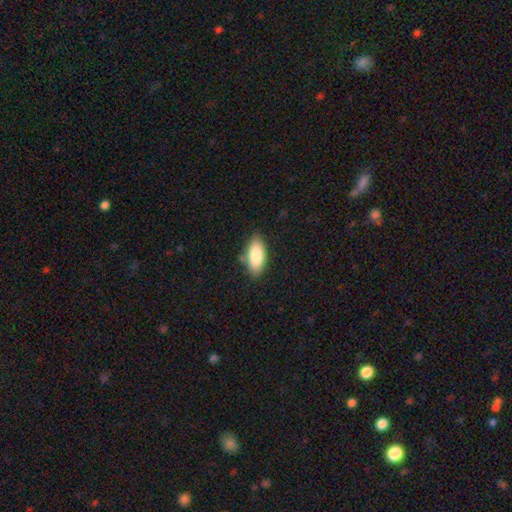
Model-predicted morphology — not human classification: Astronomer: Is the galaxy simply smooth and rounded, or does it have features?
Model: smooth — 85%.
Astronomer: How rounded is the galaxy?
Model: in between — 88%.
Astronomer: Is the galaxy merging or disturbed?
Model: none — 83%.